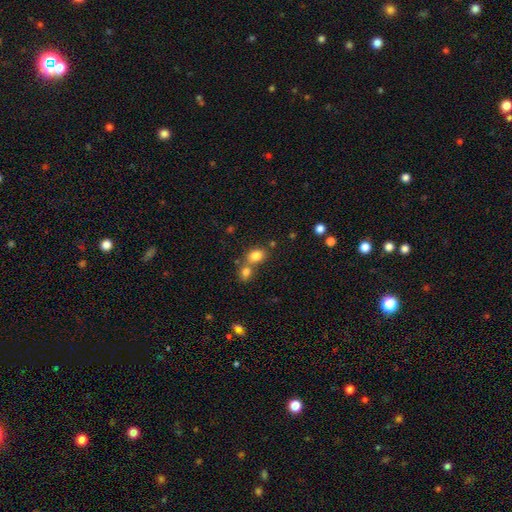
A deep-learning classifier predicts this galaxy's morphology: Smooth or featured? smooth (81%)
How rounded? in between (60%)
Merging? none (45%)